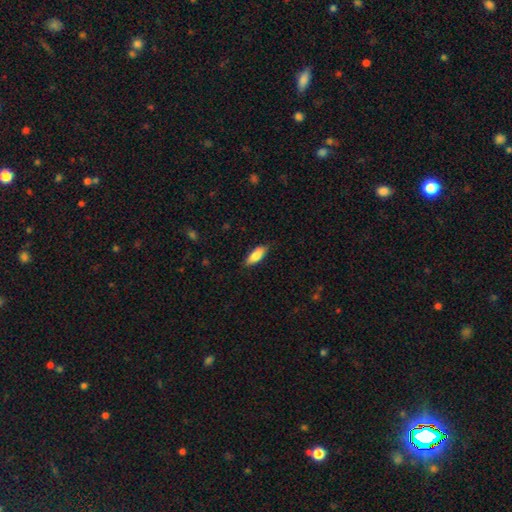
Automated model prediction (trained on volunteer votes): The model was most divided on "how rounded": in between: 73%, cigar-shaped: 25%, round: 2%. More confident: smooth or featured — smooth (83%); merging — none (82%).